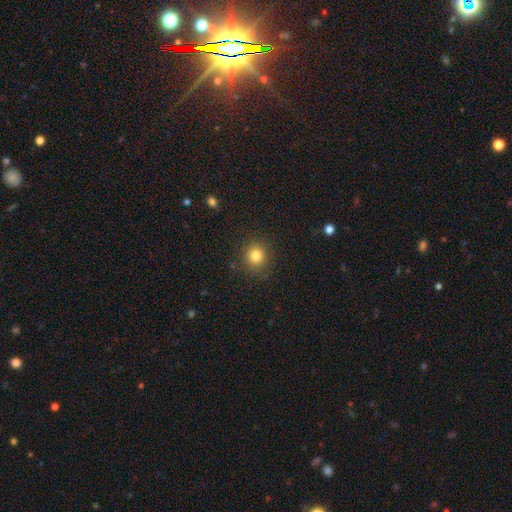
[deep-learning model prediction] Smooth or featured: smooth — 81% (star or artifact — 12%)
How rounded: round — 88% (in between — 11%)
Merging: none — 88% (minor disturbance — 8%)